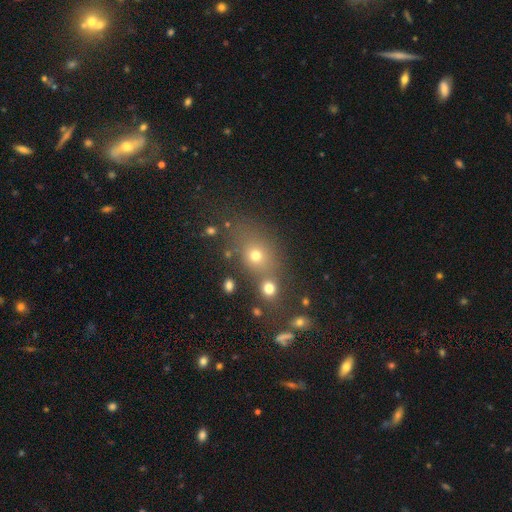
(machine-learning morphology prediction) The model was most divided on "how rounded": round: 52%, in between: 45%, cigar-shaped: 3%. More confident: smooth or featured — smooth (62%); merging — none (58%).